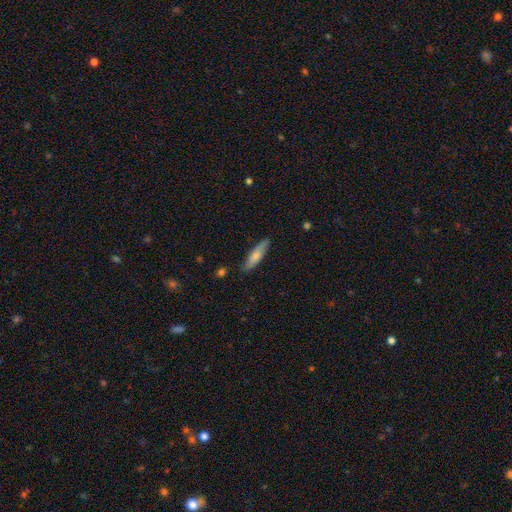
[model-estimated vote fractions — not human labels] smooth 73%, featured or disk 22%, star or artifact 6%. Down the decision tree: how rounded — cigar-shaped (71%); merging — none (85%).